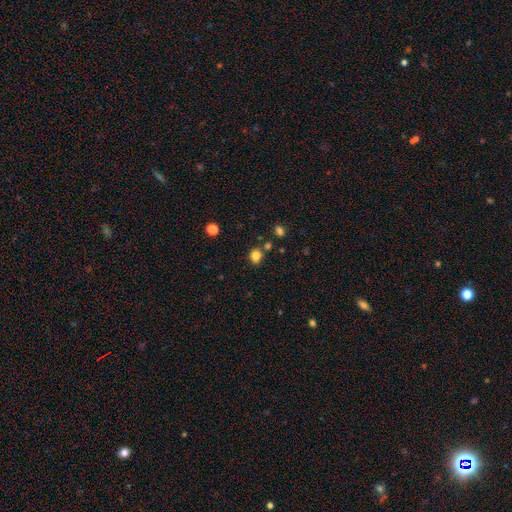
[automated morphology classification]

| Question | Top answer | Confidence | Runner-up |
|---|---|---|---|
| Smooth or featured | smooth | 82% | star or artifact (13%) |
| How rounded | round | 68% | in between (31%) |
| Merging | none | 76% | minor disturbance (12%) |